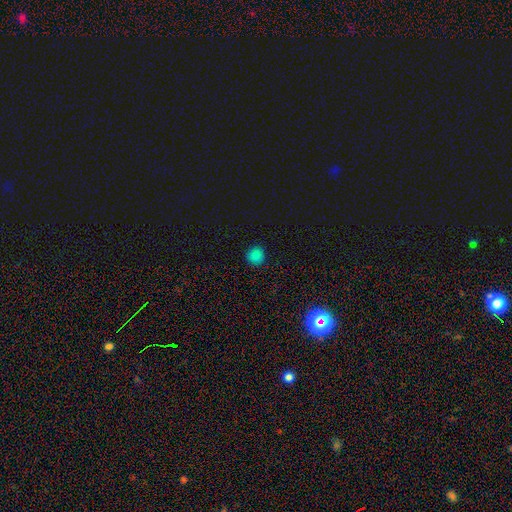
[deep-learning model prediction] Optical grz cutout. It shows a smooth galaxy with no disk features (82%) that is round (91%). Merging: none (91%).